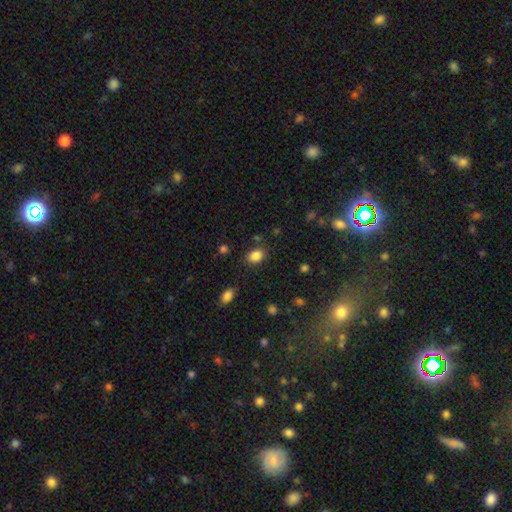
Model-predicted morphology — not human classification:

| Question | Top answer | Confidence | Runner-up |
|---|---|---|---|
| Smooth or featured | smooth | 86% | star or artifact (10%) |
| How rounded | in between | 69% | round (30%) |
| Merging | none | 81% | minor disturbance (12%) |